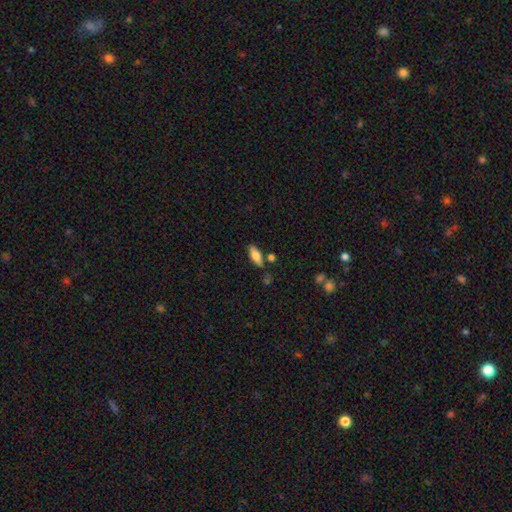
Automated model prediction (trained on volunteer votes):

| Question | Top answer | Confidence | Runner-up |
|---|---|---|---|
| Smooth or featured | smooth | 69% | featured or disk (24%) |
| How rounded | in between | 72% | cigar-shaped (25%) |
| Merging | none | 77% | minor disturbance (14%) |